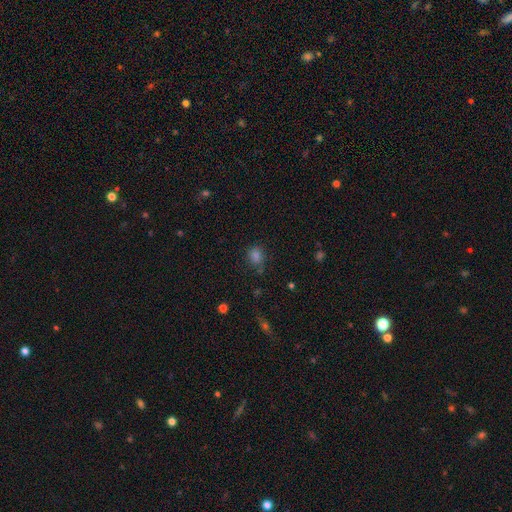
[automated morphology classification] Smooth or featured? Predicted: smooth (p=0.78). How rounded? Predicted: round (p=0.59). Merging? Predicted: none (p=0.74).